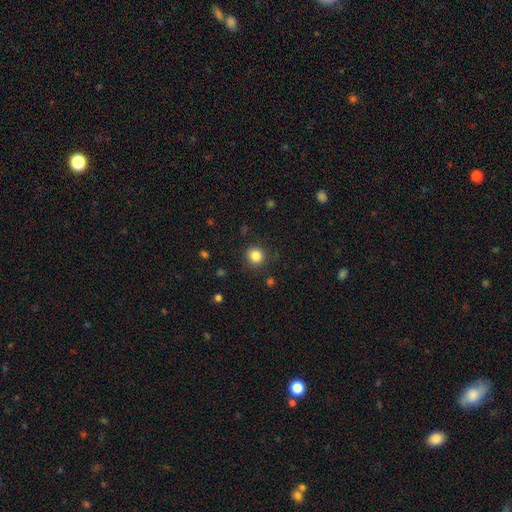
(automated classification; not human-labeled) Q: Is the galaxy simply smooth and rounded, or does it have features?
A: smooth — 84%.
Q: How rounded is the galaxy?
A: round — 90%.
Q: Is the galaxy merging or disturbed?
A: none — 88%.